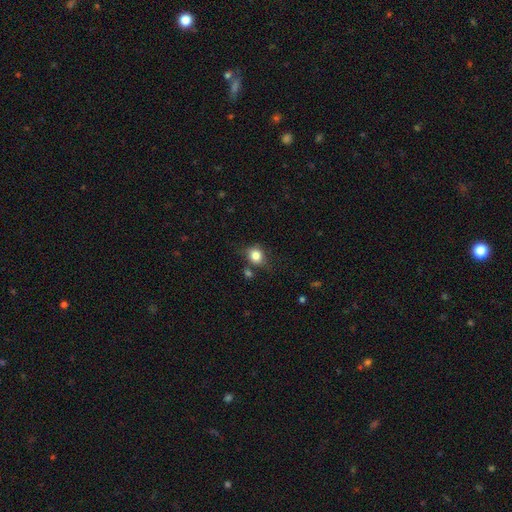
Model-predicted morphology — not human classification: This is likely a smooth galaxy (80%). How rounded: likely round (63%). Merging: likely none (64%).